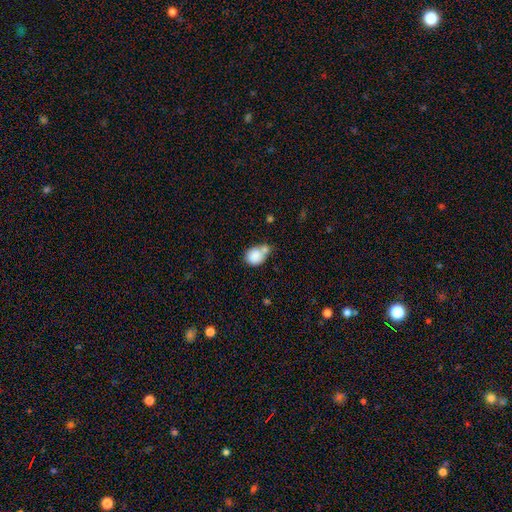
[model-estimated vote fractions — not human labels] Morphology: type=smooth (84%); roundness=round (61%); merging=merger (43%).